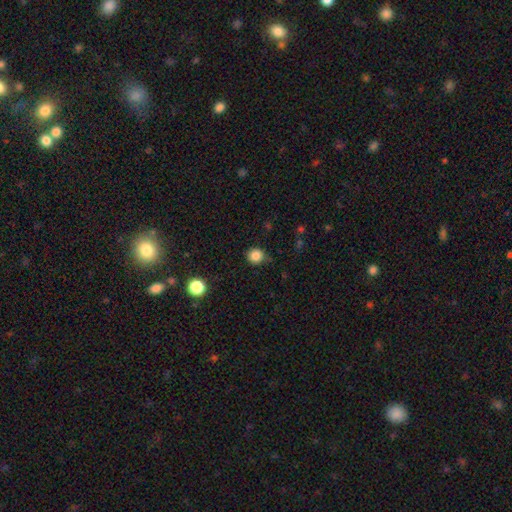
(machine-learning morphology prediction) Overall: smooth (84%). How rounded: round (89%). Merging: none (79%).